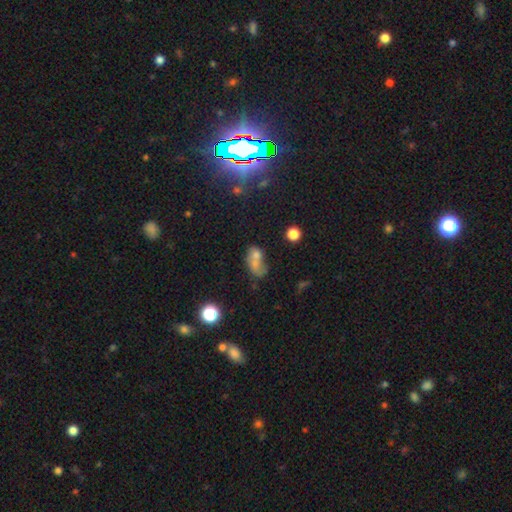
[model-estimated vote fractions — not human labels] A smooth galaxy with no disk features (55%) that is in between round and cigar-shaped (70%).

Vote fractions:
- Smooth or featured? smooth: 55% / featured or disk: 24% / star or artifact: 21%
- How rounded? in between: 70% / round: 26% / cigar-shaped: 4%
- Merging? merger: 53% / none: 22% / major disturbance: 14% / minor disturbance: 11%